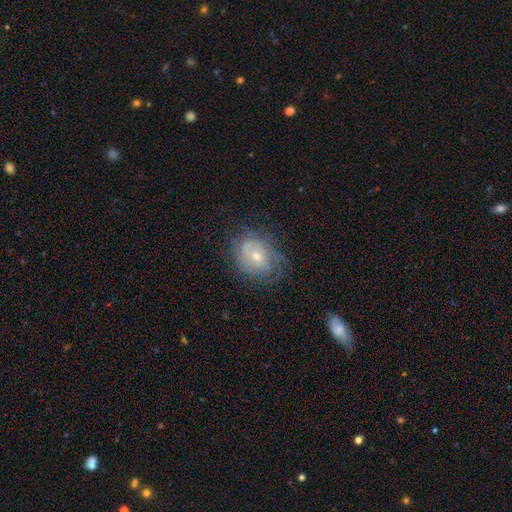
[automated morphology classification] smooth-or-featured: featured or disk: 61% | smooth: 30% | star or artifact: 9%
  disk-edge-on: no: 96% | yes: 4%
    bar: no: 69% | weak: 26% | strong: 5%
    has-spiral-arms: yes: 73% | no: 27%
    bulge-size: moderate: 53% | small: 42% | large: 3% | none: 1% | dominant: 1%
  merging: none: 60% | minor disturbance: 24% | major disturbance: 14% | merger: 1%